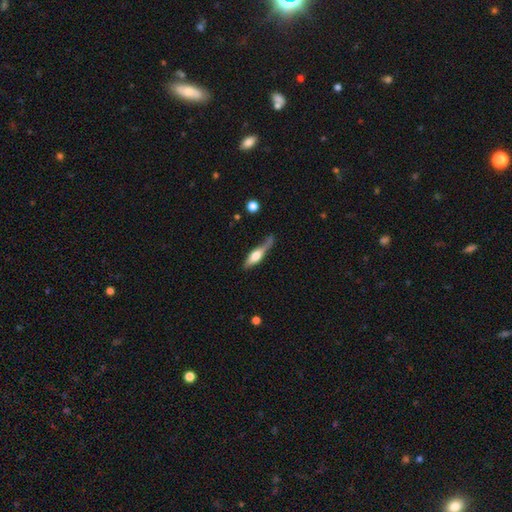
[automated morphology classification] Smooth or featured? smooth (49%)
Merging? none (45%)